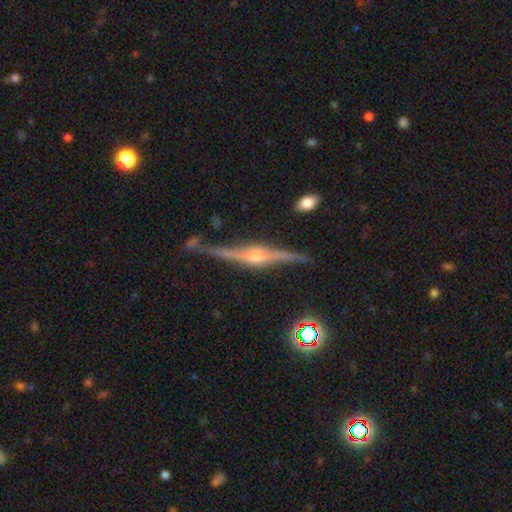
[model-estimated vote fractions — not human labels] Morphology: type=featured or disk (89%); edge-on=yes (96%); edge-on bulge=rounded (90%); merging=none (78%).